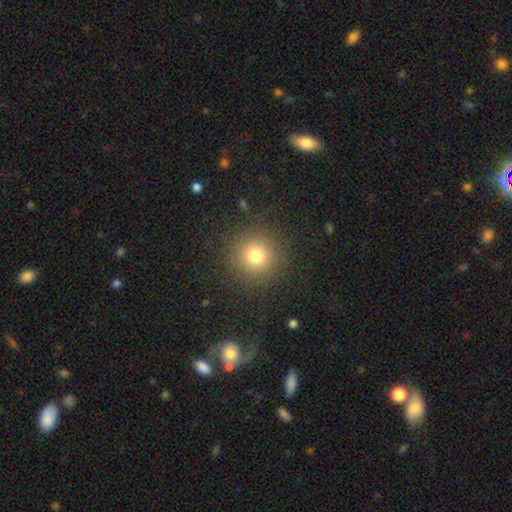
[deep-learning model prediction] This is likely a smooth galaxy (76%). How rounded: clearly round (95%). Merging: clearly none (88%).